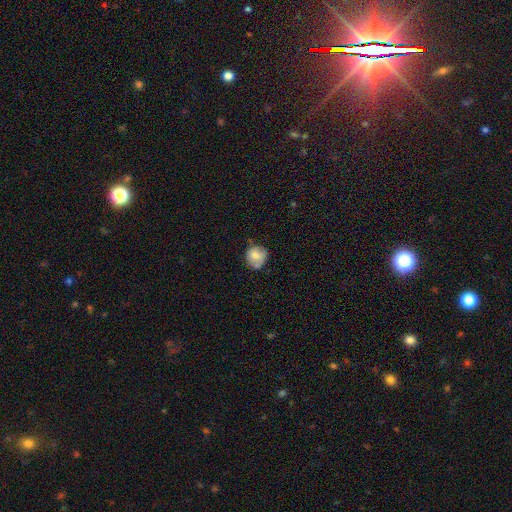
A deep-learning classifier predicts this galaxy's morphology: smooth 72%, featured or disk 19%, star or artifact 9%. Down the decision tree: how rounded — round (79%); merging — none (57%).